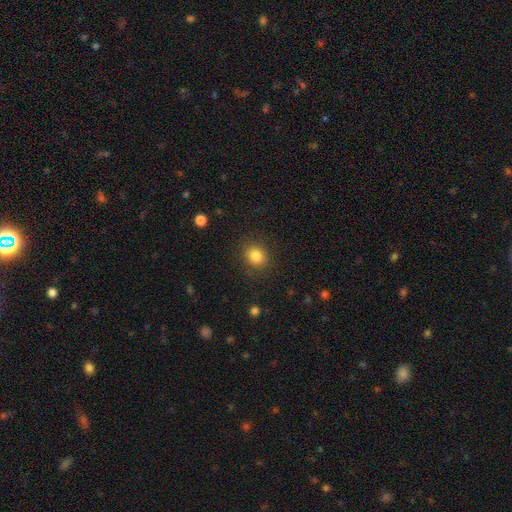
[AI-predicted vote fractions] Smooth or featured: smooth — 84% (star or artifact — 11%)
How rounded: round — 74% (in between — 25%)
Merging: none — 87% (minor disturbance — 8%)